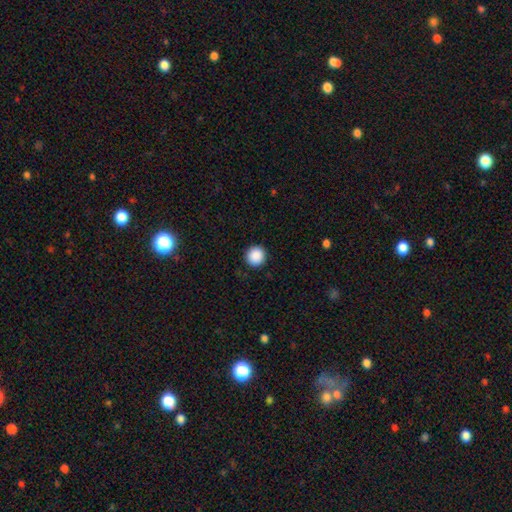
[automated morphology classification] type=smooth (89%); roundness=round (95%); merging=none (92%).